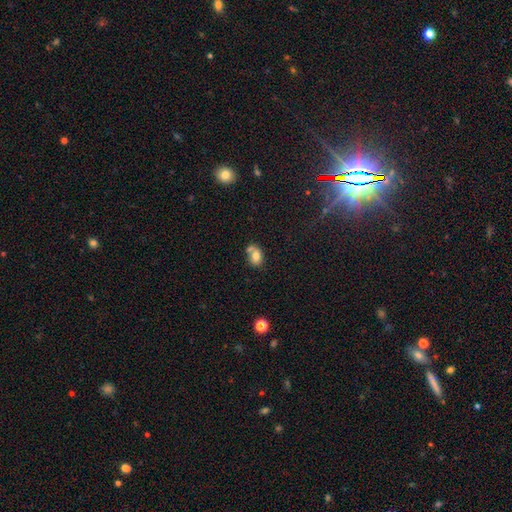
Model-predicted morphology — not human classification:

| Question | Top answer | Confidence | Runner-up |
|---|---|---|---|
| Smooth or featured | smooth | 73% | featured or disk (16%) |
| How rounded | in between | 66% | round (33%) |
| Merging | none | 40% | merger (38%) |